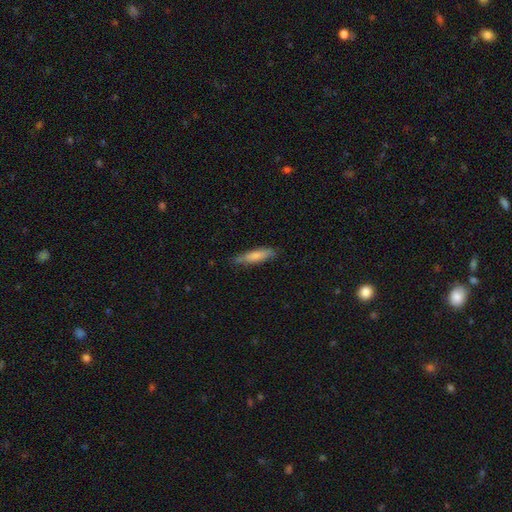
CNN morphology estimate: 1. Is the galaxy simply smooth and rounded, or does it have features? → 76% smooth, 18% featured or disk, 6% star or artifact.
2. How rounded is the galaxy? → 75% cigar-shaped, 24% in between, 1% round.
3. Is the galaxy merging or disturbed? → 75% none, 20% minor disturbance, 3% major disturbance, 2% merger.